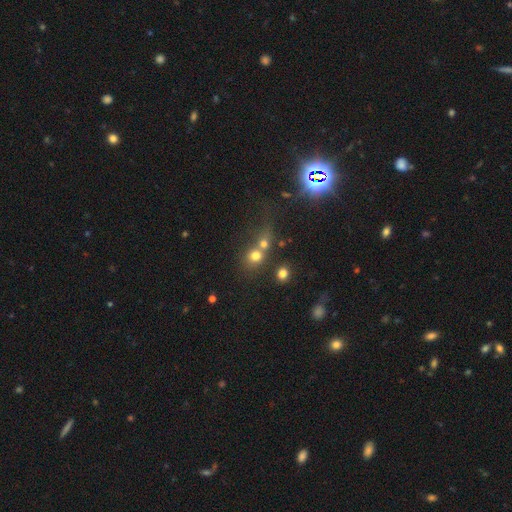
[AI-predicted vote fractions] A smooth galaxy with no disk features (69%) that is round (79%).

Vote fractions:
- Smooth or featured? smooth: 69% / star or artifact: 18% / featured or disk: 13%
- How rounded? round: 79% / in between: 20% / cigar-shaped: 2%
- Merging? merger: 50% / none: 36% / minor disturbance: 7% / major disturbance: 6%